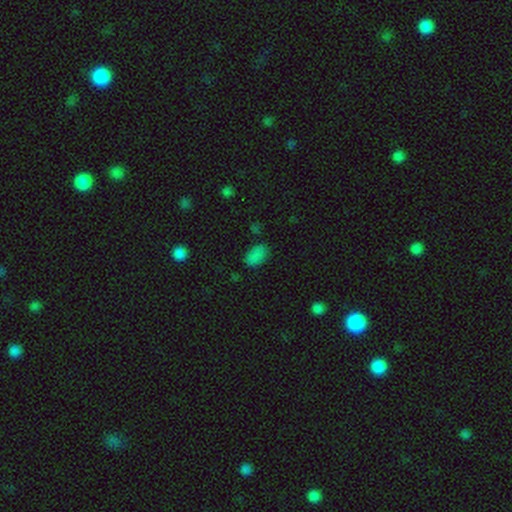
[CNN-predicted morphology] smooth-or-featured: smooth: 81% | star or artifact: 15% | featured or disk: 4%
  how-rounded: in between: 92% | round: 6% | cigar-shaped: 2%
  merging: none: 79% | minor disturbance: 15% | major disturbance: 4% | merger: 2%